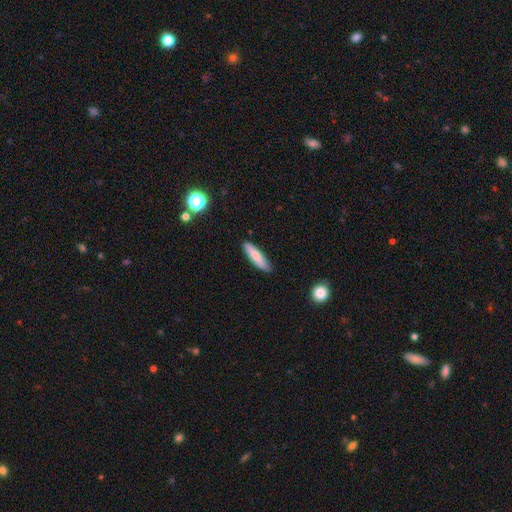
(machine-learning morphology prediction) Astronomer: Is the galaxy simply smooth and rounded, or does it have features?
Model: smooth — 76%.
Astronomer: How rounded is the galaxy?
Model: cigar-shaped — 75%.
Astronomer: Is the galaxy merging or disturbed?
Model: none — 86%.